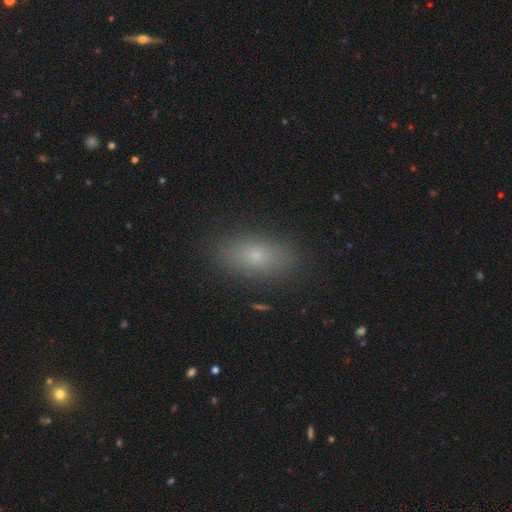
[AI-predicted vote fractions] Q: Smooth or featured?
A: smooth (74%); runner-up: featured or disk (14%)
Q: How rounded?
A: in between (86%); runner-up: cigar-shaped (8%)
Q: Merging?
A: none (87%); runner-up: minor disturbance (9%)